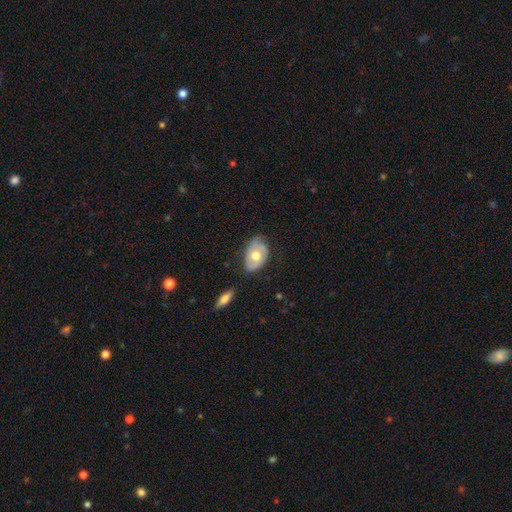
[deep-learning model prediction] Q: Smooth or featured?
A: featured or disk (52%); runner-up: smooth (43%)
Q: Edge-on disk?
A: no (91%); runner-up: yes (9%)
Q: Merging?
A: none (57%); runner-up: minor disturbance (30%)